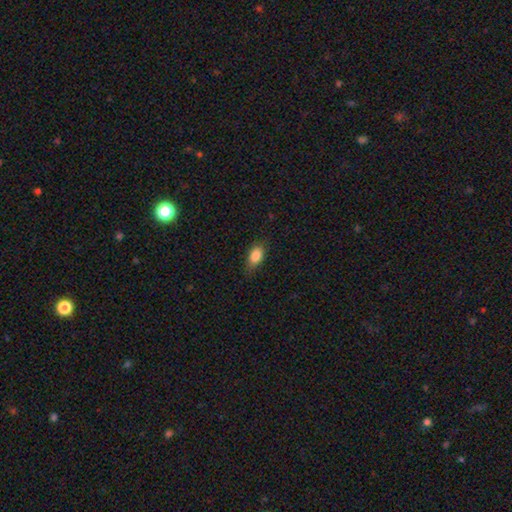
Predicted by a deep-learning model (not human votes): Smooth or featured? smooth (85%)
How rounded? in between (87%)
Merging? none (79%)